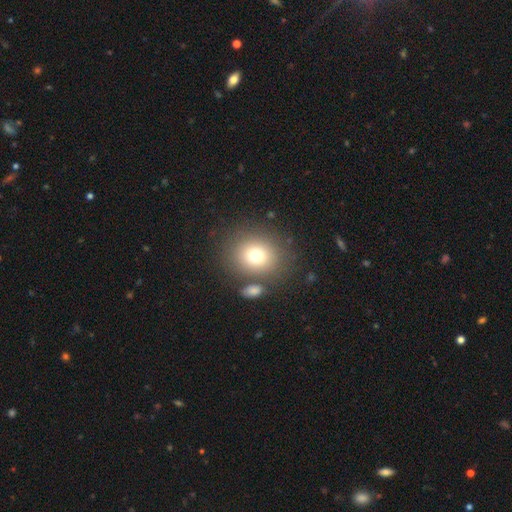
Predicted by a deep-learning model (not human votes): smooth_or_featured: smooth (p=0.74) [alt: star or artifact p=0.14]
how_rounded: round (p=0.70) [alt: in between p=0.29]
merging: none (p=0.76) [alt: minor disturbance p=0.10]